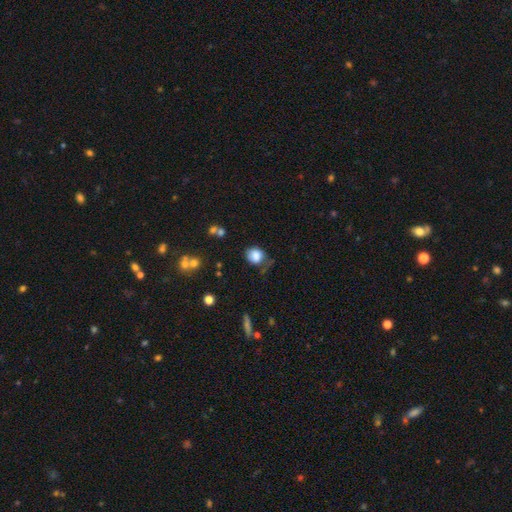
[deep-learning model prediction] A smooth galaxy with no disk features (83%) that is round (65%).

Vote fractions:
- Smooth or featured? smooth: 83% / star or artifact: 9% / featured or disk: 8%
- How rounded? round: 65% / in between: 34% / cigar-shaped: 1%
- Merging? none: 52% / minor disturbance: 30% / major disturbance: 13% / merger: 5%